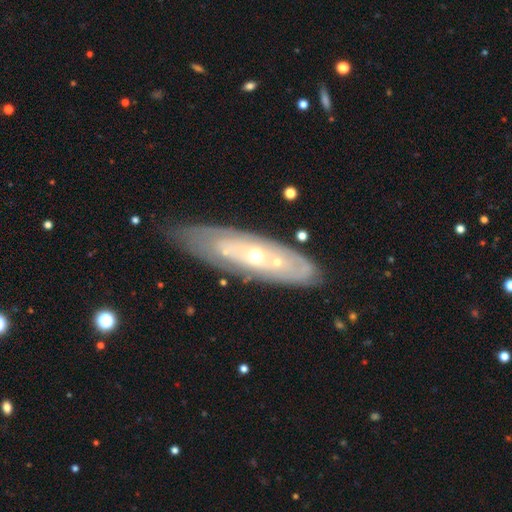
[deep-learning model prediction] smooth-or-featured: featured or disk: 73% | smooth: 20% | star or artifact: 7%
  disk-edge-on: no: 77% | yes: 23%
    bar: no: 84% | weak: 12% | strong: 4%
    has-spiral-arms: yes: 56% | no: 44%
    bulge-size: small: 54% | moderate: 42% | large: 2% | none: 1% | dominant: 1%
  merging: none: 69% | minor disturbance: 19% | major disturbance: 6% | merger: 5%